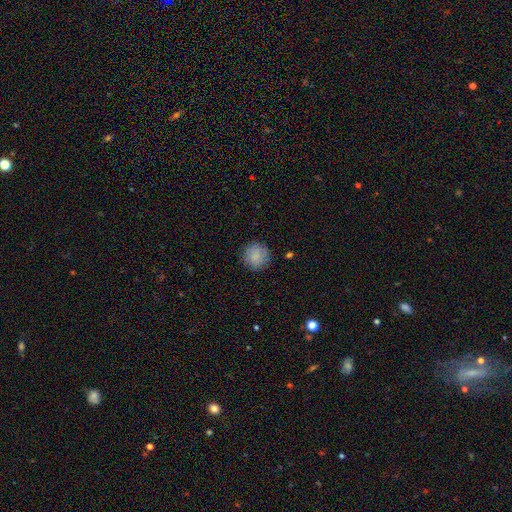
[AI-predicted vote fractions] A smooth galaxy with no disk features (84%) that is round (93%). Merging: none (86%).